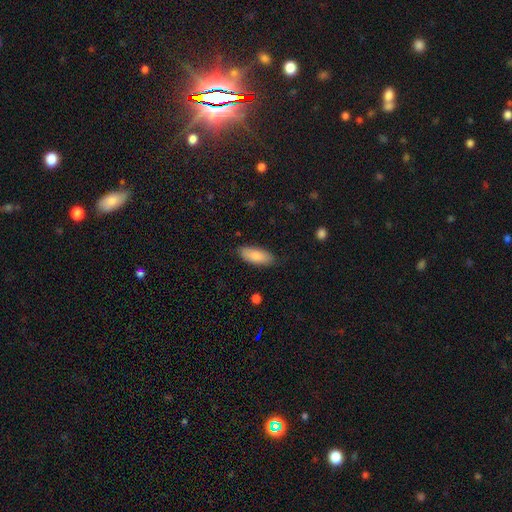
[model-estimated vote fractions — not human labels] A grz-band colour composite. It shows a smooth galaxy with no disk features (84%) that is in between round and cigar-shaped (82%). Merging: none (81%).